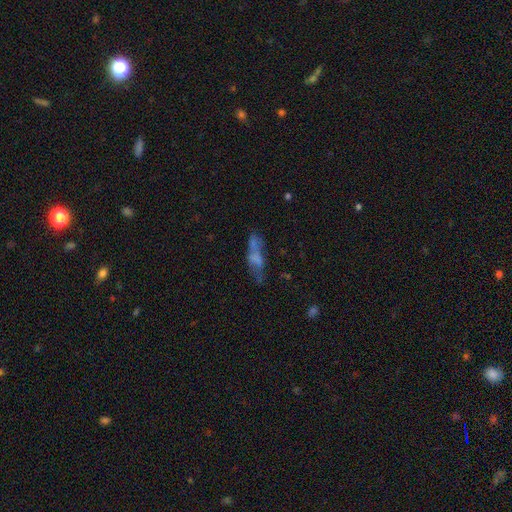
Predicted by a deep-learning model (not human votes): A smooth galaxy with no disk features (43%).

Vote fractions:
- Smooth or featured? smooth: 43% / featured or disk: 42% / star or artifact: 15%
- Merging? none: 47% / minor disturbance: 21% / major disturbance: 19% / merger: 14%